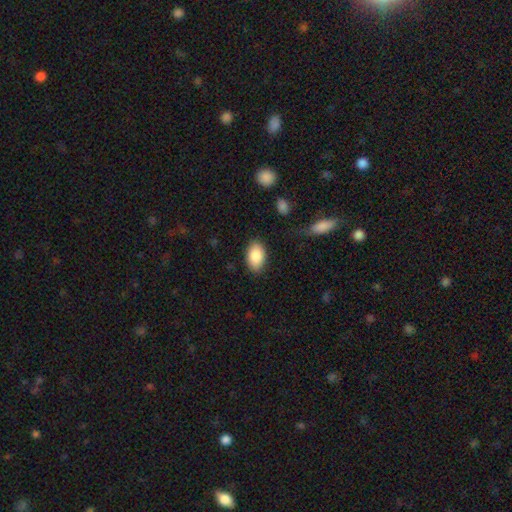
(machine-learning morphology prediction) A smooth galaxy with no disk features (87%) that is in between round and cigar-shaped (92%). Merging: none (85%).